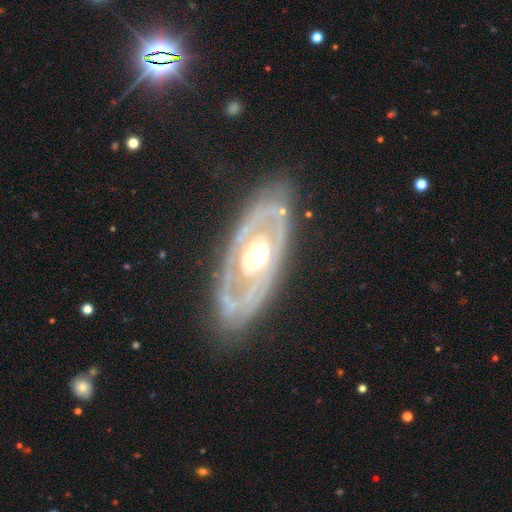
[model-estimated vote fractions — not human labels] The model was most divided on "spiral arms": no: 54%, yes: 46%. More confident: edge-on disk — no (87%); bar — no (81%); smooth or featured — featured or disk (81%); merging — none (78%); bulge size — moderate (65%).